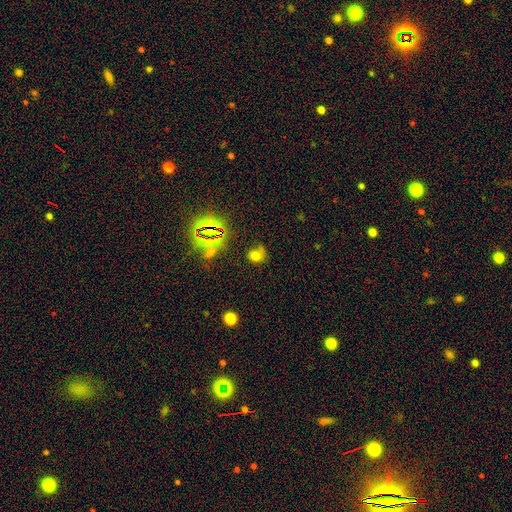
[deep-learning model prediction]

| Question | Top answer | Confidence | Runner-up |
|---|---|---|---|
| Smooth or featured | smooth | 60% | star or artifact (25%) |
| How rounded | round | 66% | in between (33%) |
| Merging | none | 55% | minor disturbance (21%) |